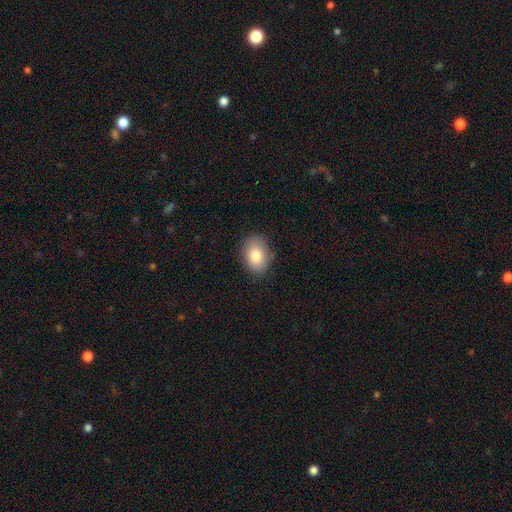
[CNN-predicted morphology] This appears to be a smooth galaxy with no disk features (83%) that is in between round and cigar-shaped (79%). Merging: none (84%).